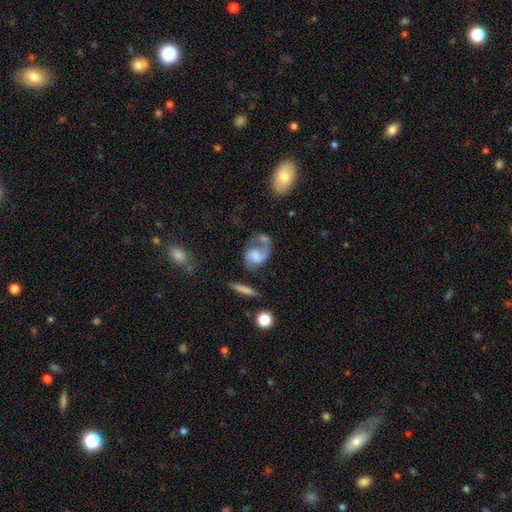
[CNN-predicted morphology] featured or disk 72%, smooth 21%, star or artifact 7%. Down the decision tree: edge-on disk — no (97%); bar — no (47%); spiral arms — yes (90%); spiral arm count — 2 (74%); spiral winding — medium (44%); bulge size — moderate (30%); merging — none (40%).